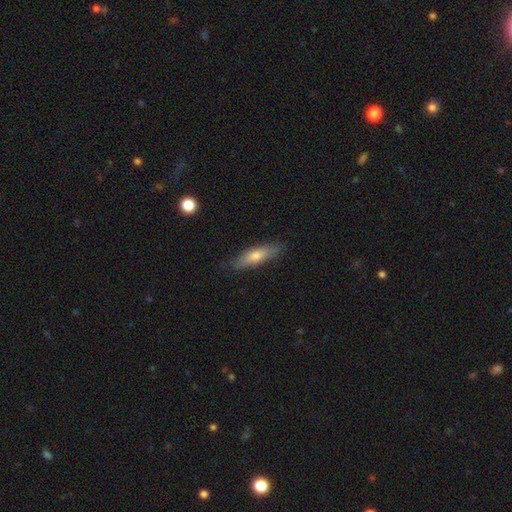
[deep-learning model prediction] Smooth or featured: smooth — 65% (featured or disk — 29%)
How rounded: cigar-shaped — 60% (in between — 38%)
Merging: none — 80% (minor disturbance — 16%)